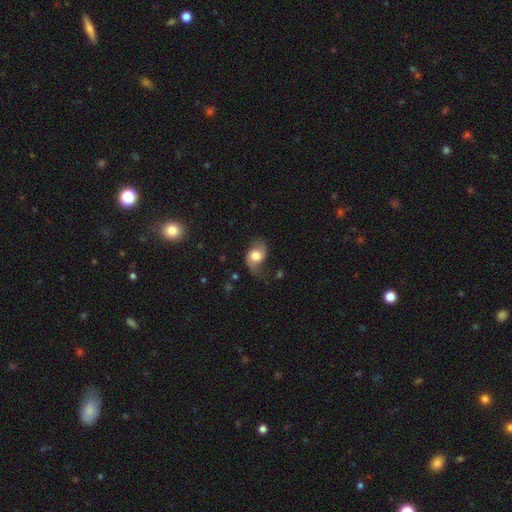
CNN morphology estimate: A smooth galaxy with no disk features (51%) that is in between round and cigar-shaped (70%).

Vote fractions:
- Smooth or featured? smooth: 51% / featured or disk: 41% / star or artifact: 8%
- How rounded? in between: 70% / round: 29% / cigar-shaped: 2%
- Merging? none: 50% / minor disturbance: 30% / major disturbance: 17% / merger: 2%